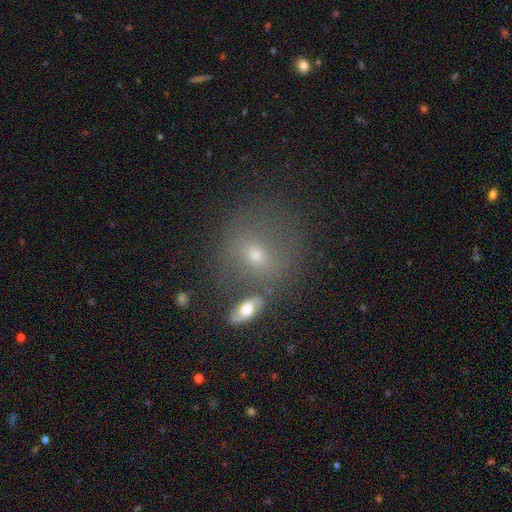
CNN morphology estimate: This is possibly a smooth galaxy (48%). Merging: likely none (66%).